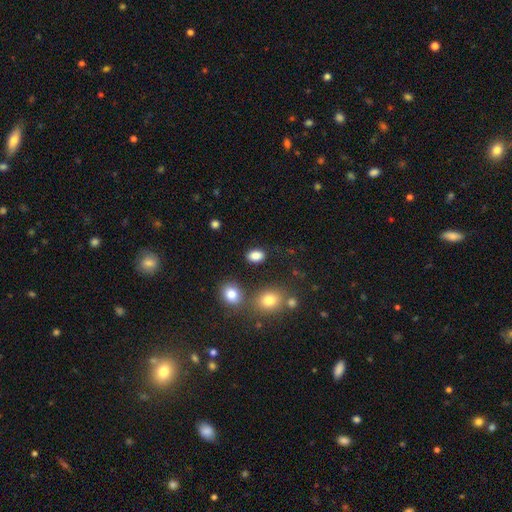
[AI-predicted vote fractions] Smooth or featured? smooth (85%)
How rounded? in between (81%)
Merging? none (82%)